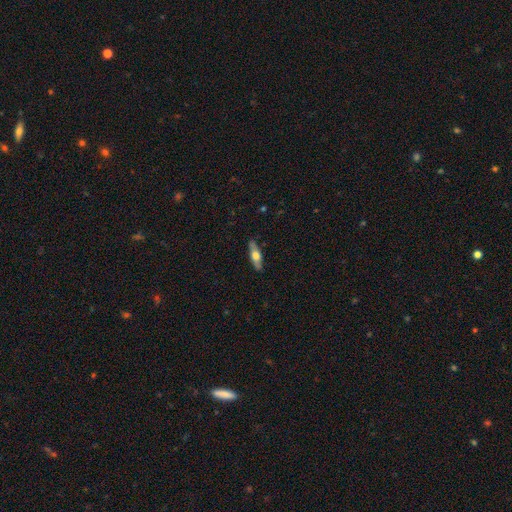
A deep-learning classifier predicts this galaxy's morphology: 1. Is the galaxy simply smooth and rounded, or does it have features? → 52% smooth, 43% featured or disk, 6% star or artifact.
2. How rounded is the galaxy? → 54% cigar-shaped, 44% in between, 3% round.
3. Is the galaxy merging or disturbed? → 88% none, 9% minor disturbance, 2% major disturbance, 1% merger.